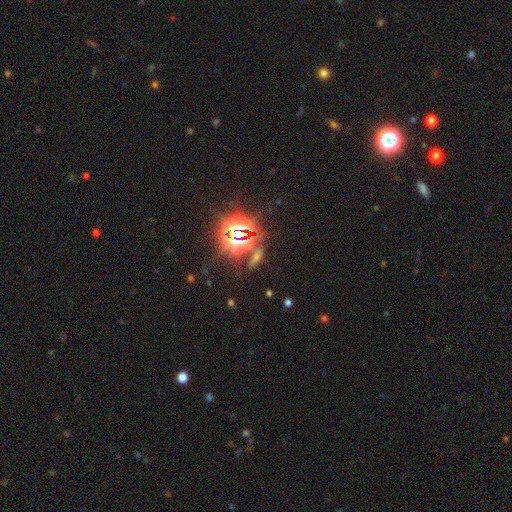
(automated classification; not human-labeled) smooth_or_featured: star or artifact (p=0.78) [alt: smooth p=0.12]